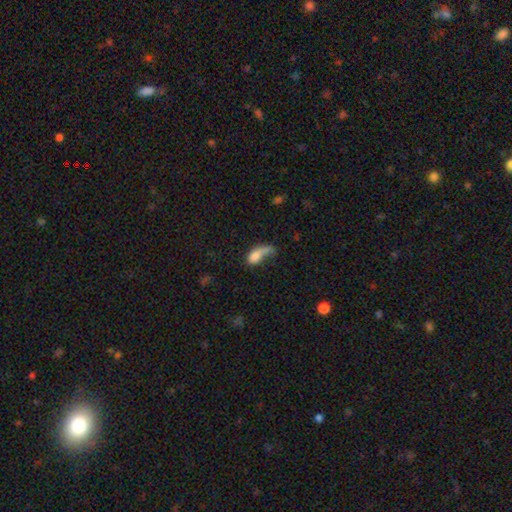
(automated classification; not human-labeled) Q: Smooth or featured?
A: smooth (70%); runner-up: featured or disk (21%)
Q: How rounded?
A: in between (79%); runner-up: cigar-shaped (12%)
Q: Merging?
A: major disturbance (41%); runner-up: none (23%)